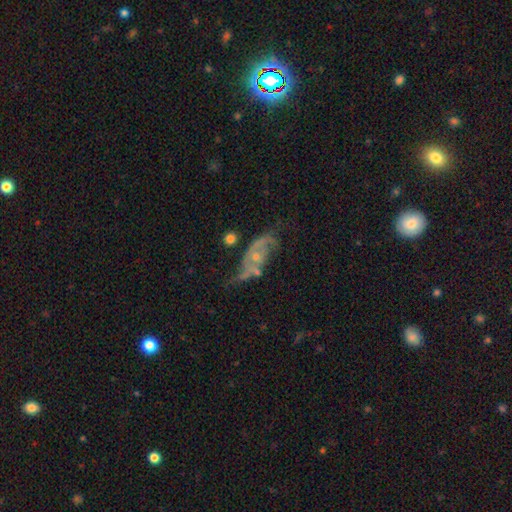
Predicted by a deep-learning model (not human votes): Smooth or featured? Predicted: featured or disk (p=0.76). Edge-on disk? Predicted: no (p=0.93). Bar? Predicted: no (p=0.73). Spiral arms? Predicted: yes (p=0.82). Spiral winding? Predicted: loose (p=0.41). Spiral arm count? Predicted: 2 (p=0.75). Bulge size? Predicted: small (p=0.66). Merging? Predicted: none (p=0.44).